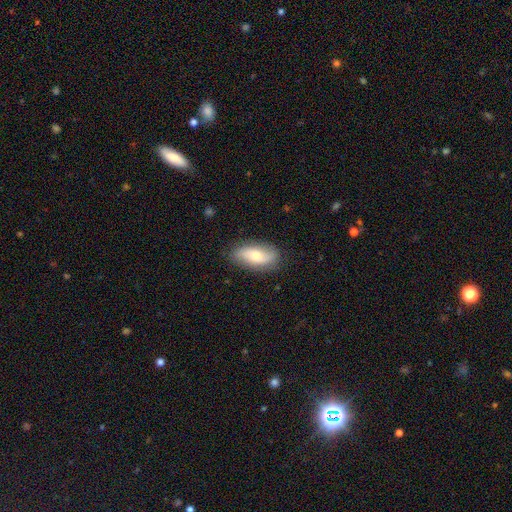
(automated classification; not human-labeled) Smooth or featured: smooth — 57% (featured or disk — 36%)
How rounded: in between — 86% (cigar-shaped — 10%)
Merging: none — 82% (minor disturbance — 14%)